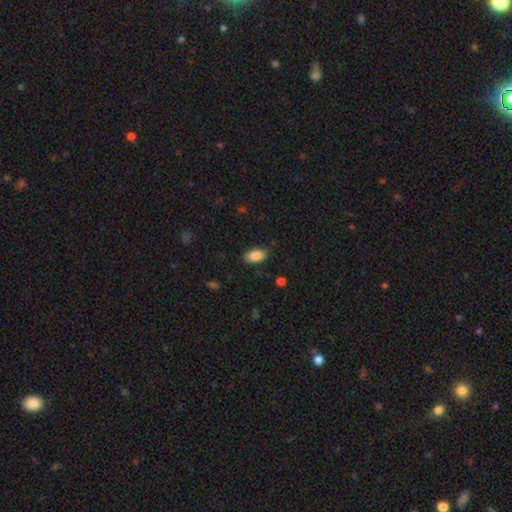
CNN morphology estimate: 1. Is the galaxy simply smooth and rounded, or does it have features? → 88% smooth, 7% star or artifact, 5% featured or disk.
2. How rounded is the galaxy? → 93% in between, 4% round, 3% cigar-shaped.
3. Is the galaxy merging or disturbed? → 82% none, 14% minor disturbance, 3% major disturbance, 1% merger.